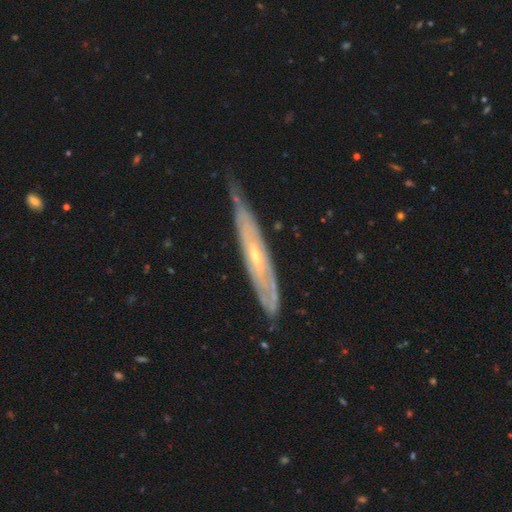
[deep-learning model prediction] A featured or disk galaxy (78%) viewed edge-on (53%).

Vote fractions:
- Smooth or featured? featured or disk: 78% / smooth: 15% / star or artifact: 6%
- Edge-on disk? yes: 53% / no: 47%
- Merging? none: 67% / minor disturbance: 26% / major disturbance: 5% / merger: 2%